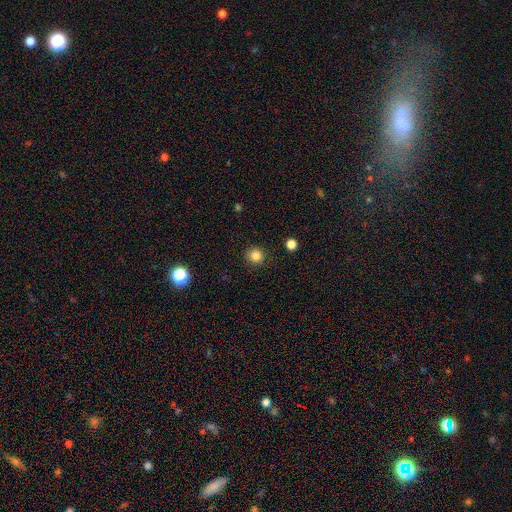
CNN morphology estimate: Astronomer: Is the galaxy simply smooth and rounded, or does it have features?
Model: smooth — 84%.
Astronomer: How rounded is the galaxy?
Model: round — 92%.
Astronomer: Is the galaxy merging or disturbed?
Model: none — 90%.